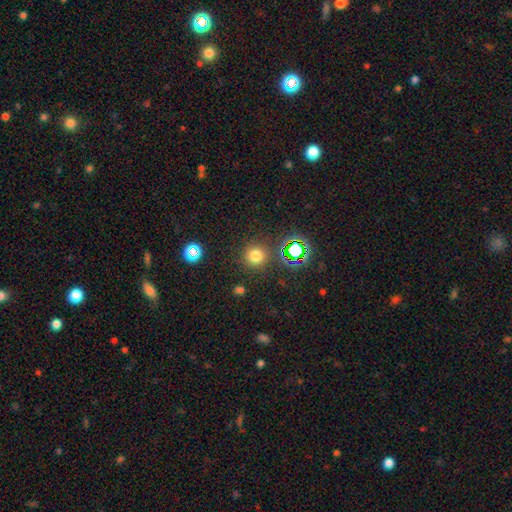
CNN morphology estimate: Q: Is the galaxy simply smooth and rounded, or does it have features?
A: smooth — 70%.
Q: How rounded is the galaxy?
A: round — 94%.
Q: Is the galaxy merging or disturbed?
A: none — 86%.